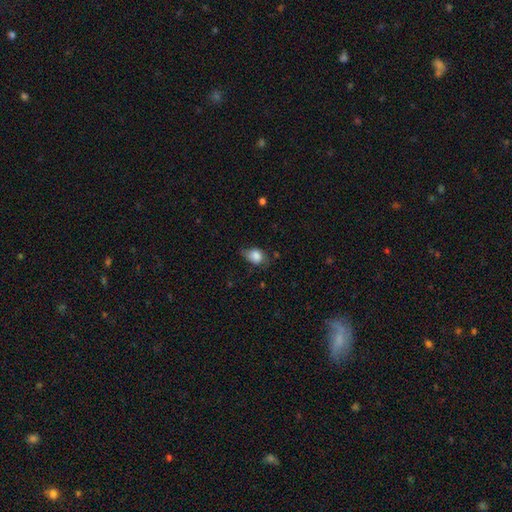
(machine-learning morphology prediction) smooth_or_featured: smooth (p=0.81) [alt: featured or disk p=0.11]
how_rounded: in between (p=0.71) [alt: round p=0.28]
merging: none (p=0.49) [alt: minor disturbance p=0.36]